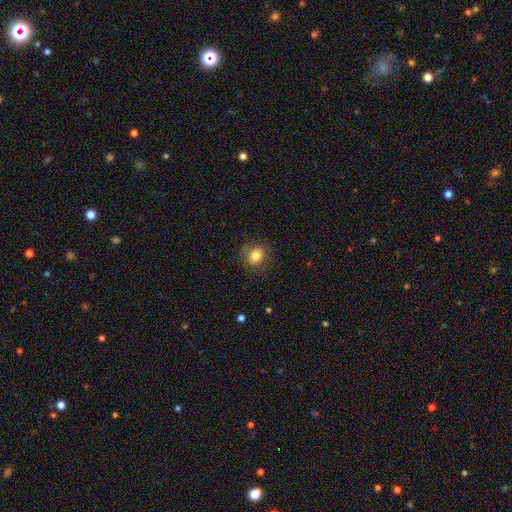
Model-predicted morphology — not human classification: type=smooth (81%); roundness=round (68%); merging=none (80%).